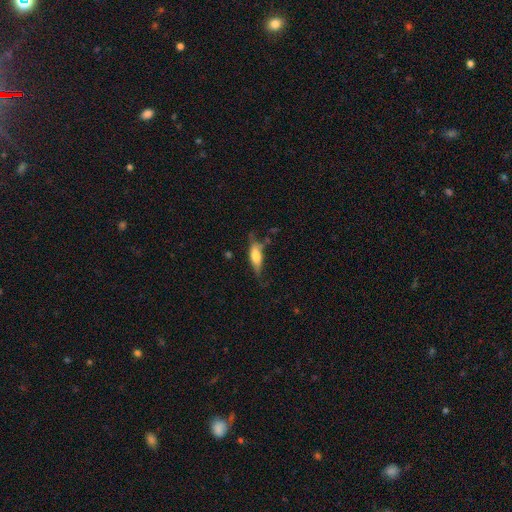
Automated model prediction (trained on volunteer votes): Smooth or featured? Predicted: smooth (p=0.62). How rounded? Predicted: in between (p=0.56). Merging? Predicted: none (p=0.55).